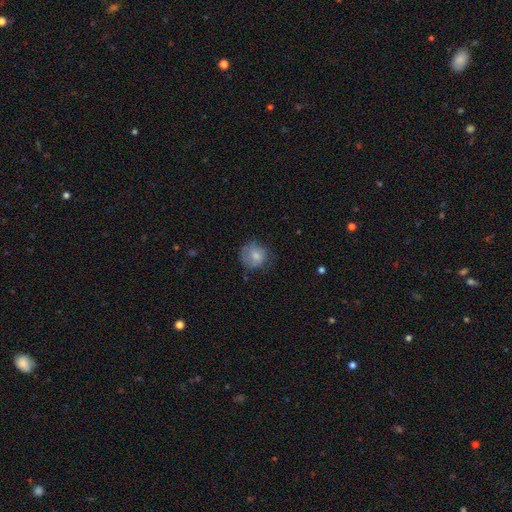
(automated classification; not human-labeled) smooth 74%, featured or disk 18%, star or artifact 8%. Down the decision tree: how rounded — round (83%); merging — none (63%).